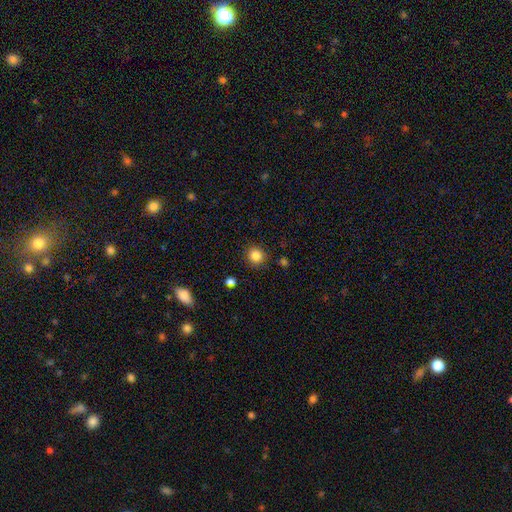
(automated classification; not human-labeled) This appears to be a smooth galaxy with no disk features (85%) that is round (91%). Merging: none (87%).